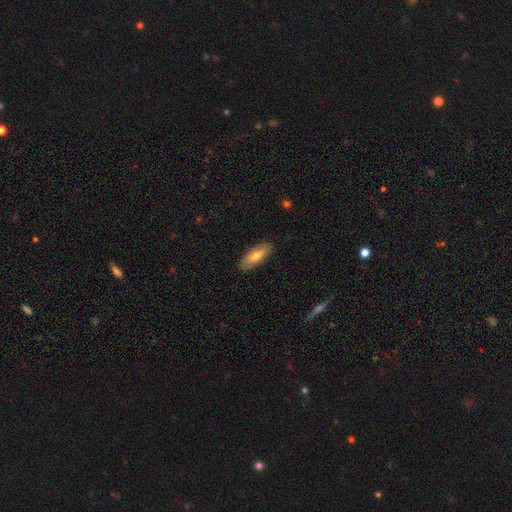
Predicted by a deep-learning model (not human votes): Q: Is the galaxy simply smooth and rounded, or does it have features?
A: smooth — 64%.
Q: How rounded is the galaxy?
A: in between — 74%.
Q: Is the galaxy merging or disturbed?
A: none — 87%.